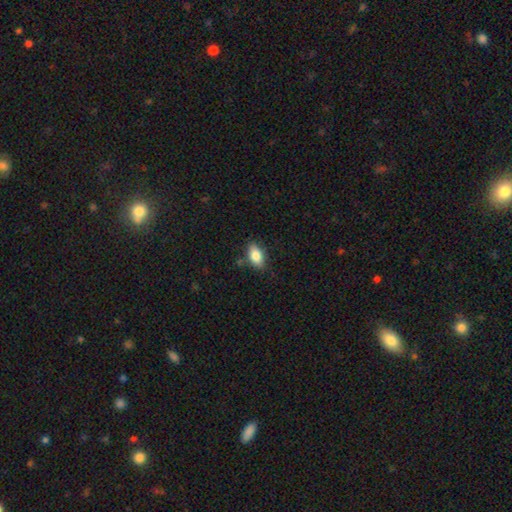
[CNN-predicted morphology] A smooth galaxy with no disk features (81%) that is in between round and cigar-shaped (87%). Merging: none (78%).